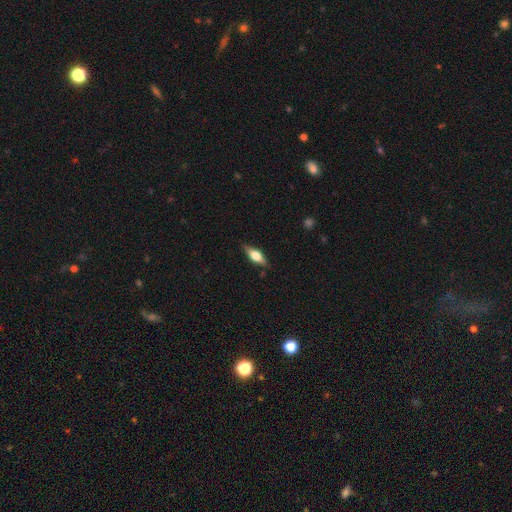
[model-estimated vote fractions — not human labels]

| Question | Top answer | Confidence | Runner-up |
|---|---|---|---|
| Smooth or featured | smooth | 51% | featured or disk (42%) |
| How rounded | in between | 65% | cigar-shaped (31%) |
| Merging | none | 83% | minor disturbance (13%) |